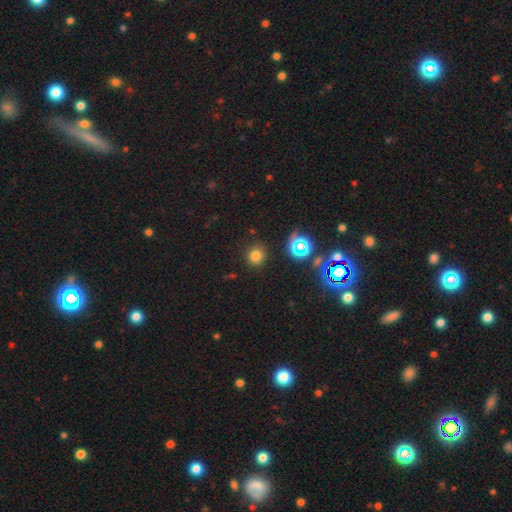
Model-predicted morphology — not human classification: Q: Smooth or featured?
A: smooth (72%); runner-up: star or artifact (21%)
Q: How rounded?
A: round (87%); runner-up: in between (12%)
Q: Merging?
A: none (86%); runner-up: minor disturbance (9%)